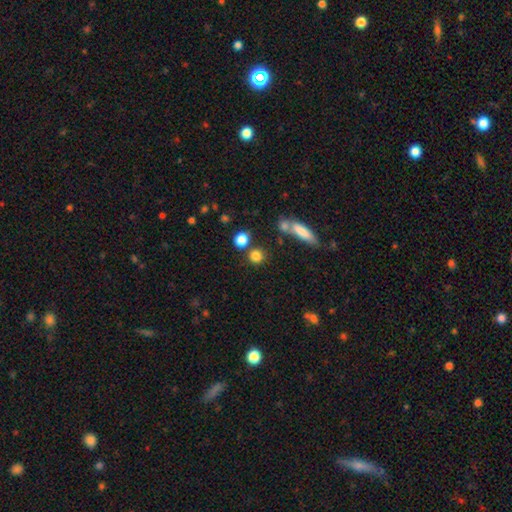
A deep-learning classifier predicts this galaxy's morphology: Smooth or featured?
  - smooth: 81% *
  - star or artifact: 12%
  - featured or disk: 7%
How rounded?
  - round: 86% *
  - in between: 11%
  - cigar-shaped: 3%
Merging?
  - none: 73% *
  - merger: 15%
  - minor disturbance: 9%
  - major disturbance: 4%